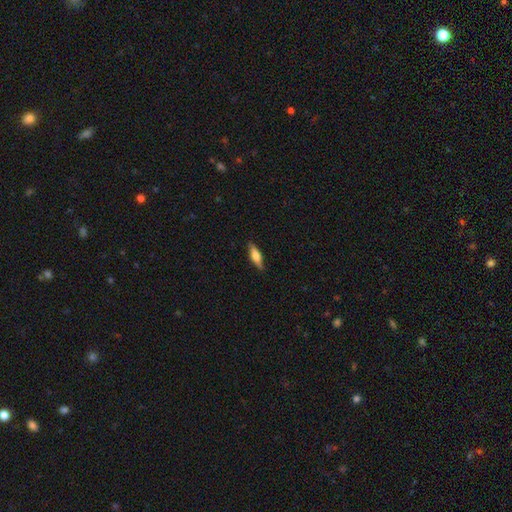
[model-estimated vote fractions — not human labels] smooth-or-featured: smooth: 55% | featured or disk: 39% | star or artifact: 6%
  how-rounded: cigar-shaped: 55% | in between: 42% | round: 2%
  merging: none: 86% | minor disturbance: 11% | major disturbance: 2% | merger: 1%